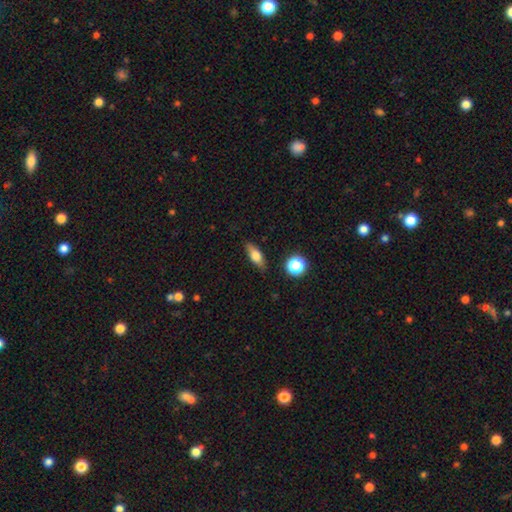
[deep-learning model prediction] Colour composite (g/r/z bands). It shows a smooth galaxy with no disk features (71%) that is in between round and cigar-shaped (68%). Merging: none (82%).